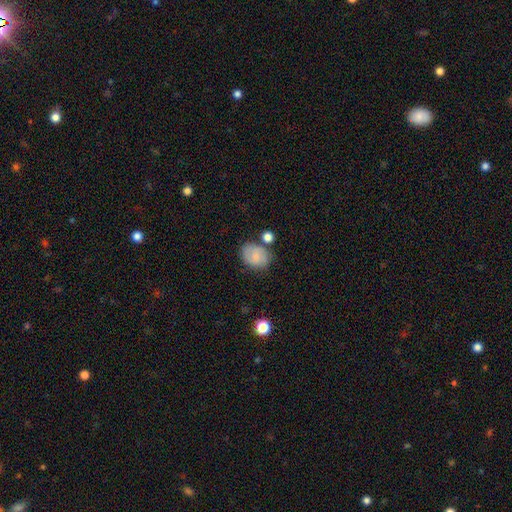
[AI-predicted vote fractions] A smooth galaxy with no disk features (69%) that is in between round and cigar-shaped (60%).

Vote fractions:
- Smooth or featured? smooth: 69% / featured or disk: 22% / star or artifact: 9%
- How rounded? in between: 60% / round: 39% / cigar-shaped: 1%
- Merging? none: 60% / minor disturbance: 21% / merger: 12% / major disturbance: 7%